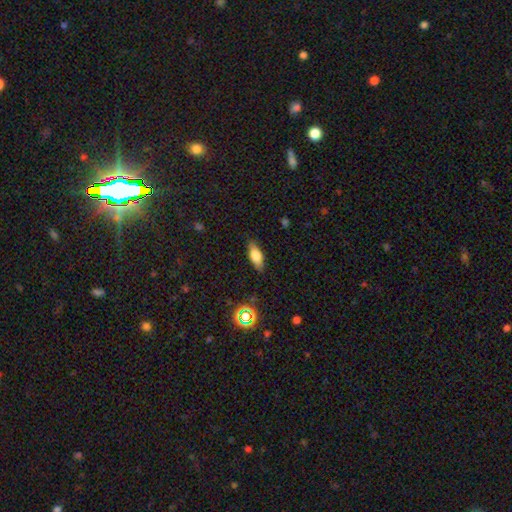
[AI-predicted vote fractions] This appears to be a smooth galaxy with no disk features (66%) that is in between round and cigar-shaped (68%). Merging: none (85%).